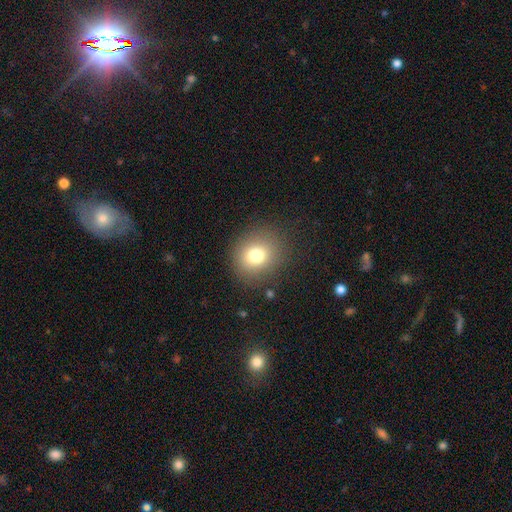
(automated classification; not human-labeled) This is likely a smooth galaxy (77%). How rounded: likely round (77%). Merging: clearly none (85%).